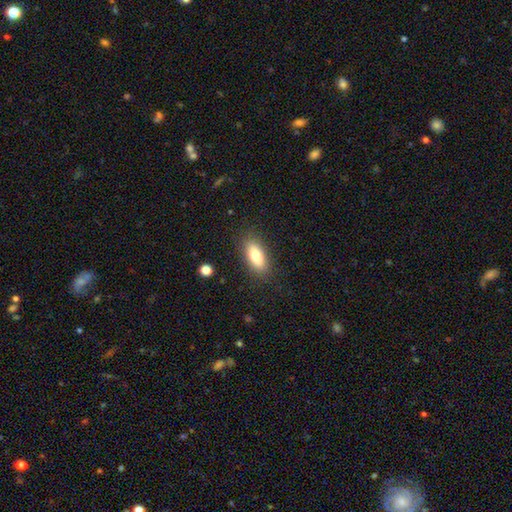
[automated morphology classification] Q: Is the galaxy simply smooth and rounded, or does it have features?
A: smooth — 75%.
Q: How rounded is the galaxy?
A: in between — 80%.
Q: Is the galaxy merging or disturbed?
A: none — 86%.